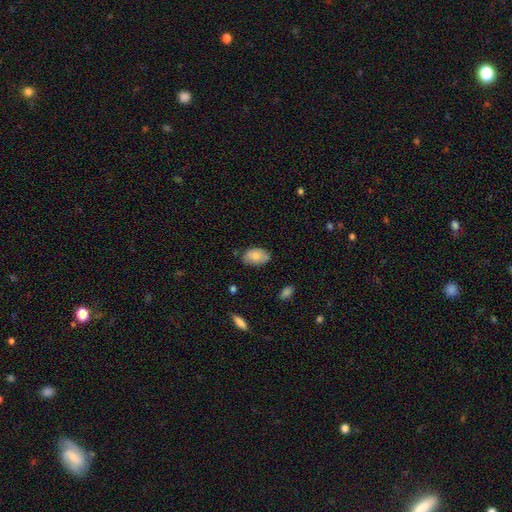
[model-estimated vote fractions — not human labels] The model was most divided on "merging": none: 74%, minor disturbance: 21%, major disturbance: 3%, merger: 2%. More confident: how rounded — in between (92%); smooth or featured — smooth (82%).